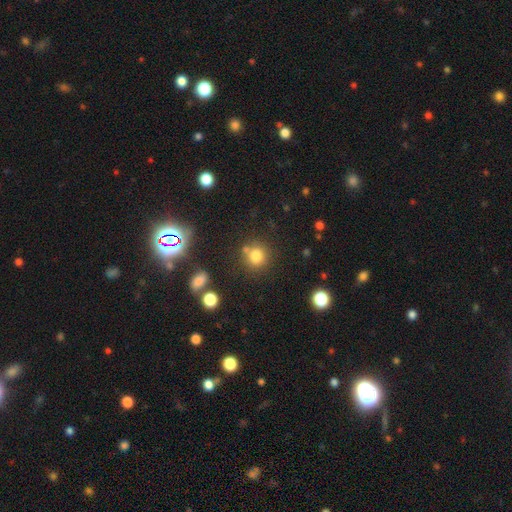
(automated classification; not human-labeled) The model was most divided on "merging": none: 72%, merger: 13%, minor disturbance: 11%, major disturbance: 4%. More confident: how rounded — round (86%); smooth or featured — smooth (77%).